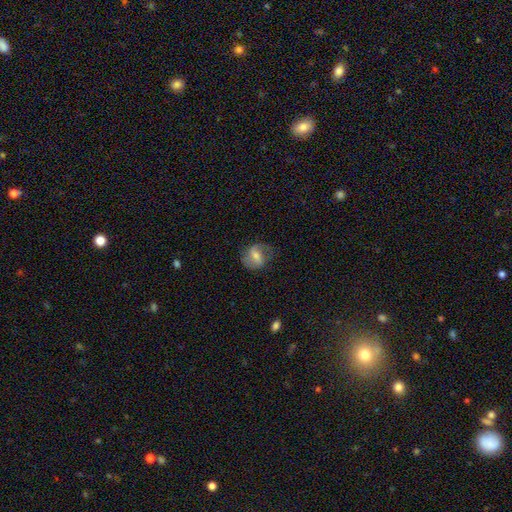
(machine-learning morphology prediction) A featured or disk galaxy (57%) with a weak bar (45%), spiral arms (80%) and a moderate central bulge (48%). Merging: none (67%).